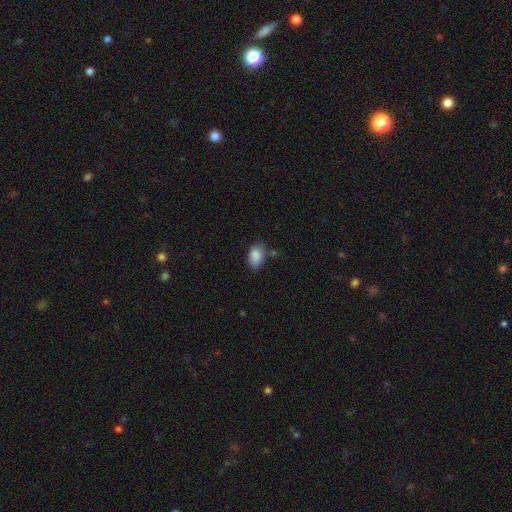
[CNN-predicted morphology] Smooth or featured: smooth — 88% (star or artifact — 8%)
How rounded: in between — 88% (round — 10%)
Merging: none — 68% (minor disturbance — 23%)